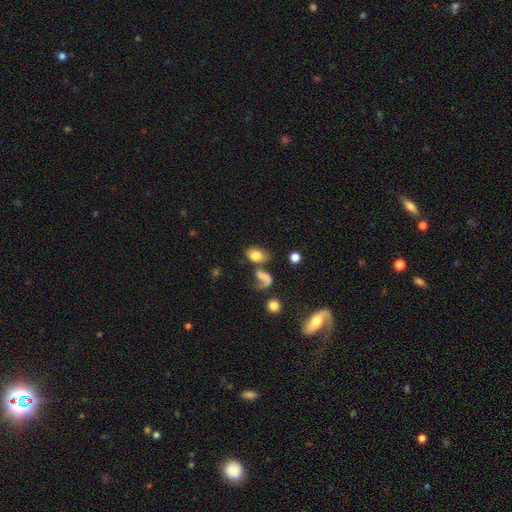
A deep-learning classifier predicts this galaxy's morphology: Smooth or featured? smooth (73%)
How rounded? in between (82%)
Merging? none (46%)